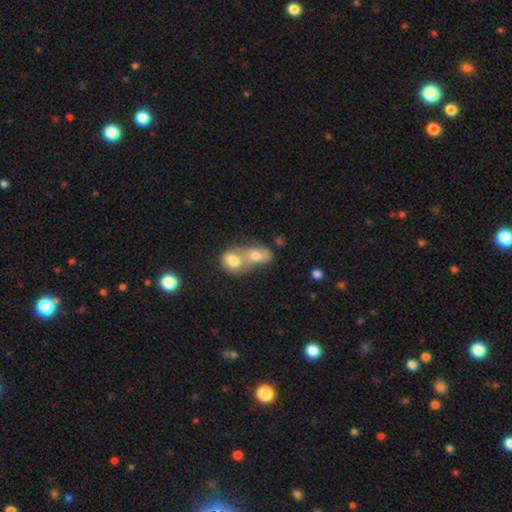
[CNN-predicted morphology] smooth-or-featured: smooth: 73% | featured or disk: 18% | star or artifact: 9%
  how-rounded: in between: 63% | round: 35% | cigar-shaped: 2%
  merging: merger: 79% | none: 13% | minor disturbance: 5% | major disturbance: 3%